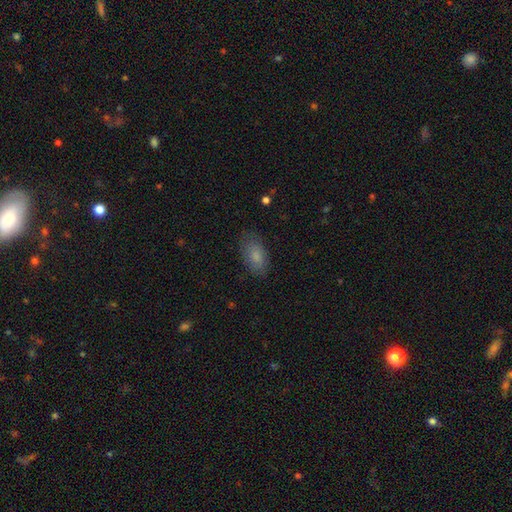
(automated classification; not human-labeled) This is clearly a smooth galaxy (80%). How rounded: clearly in between (92%). Merging: likely none (79%).